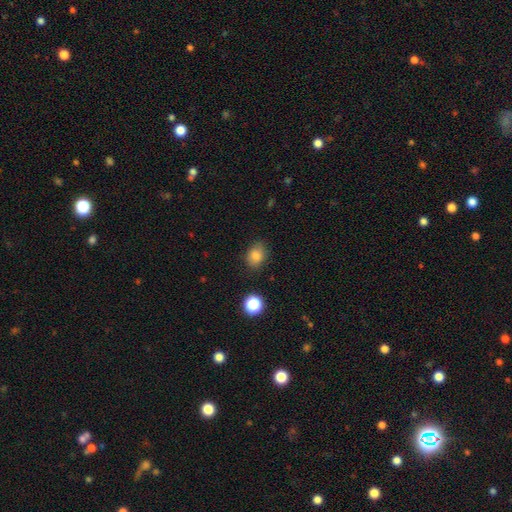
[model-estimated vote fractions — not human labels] Smooth or featured?
  - smooth: 81% *
  - star or artifact: 12%
  - featured or disk: 7%
How rounded?
  - in between: 63% *
  - round: 36%
  - cigar-shaped: 1%
Merging?
  - none: 78% *
  - minor disturbance: 16%
  - major disturbance: 4%
  - merger: 2%